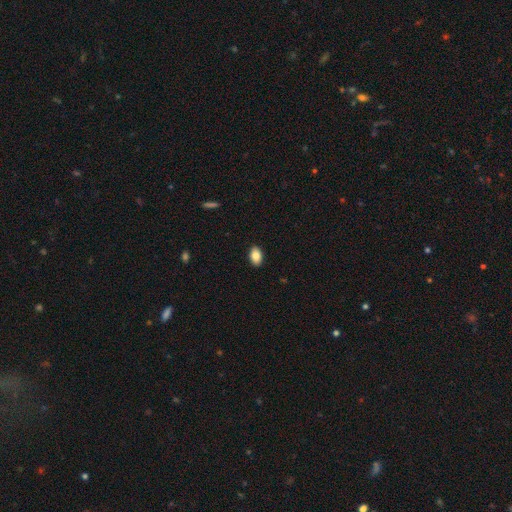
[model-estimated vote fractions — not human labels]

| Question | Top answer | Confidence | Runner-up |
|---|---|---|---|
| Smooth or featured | smooth | 85% | star or artifact (7%) |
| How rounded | in between | 91% | round (7%) |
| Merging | none | 90% | minor disturbance (8%) |